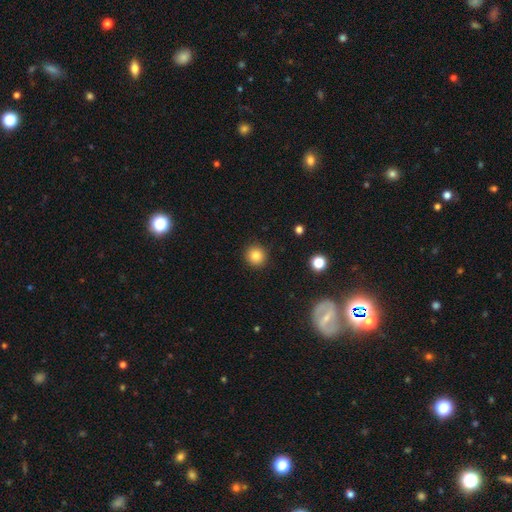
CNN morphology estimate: This appears to be a smooth galaxy with no disk features (83%) that is round (93%). Merging: none (91%).